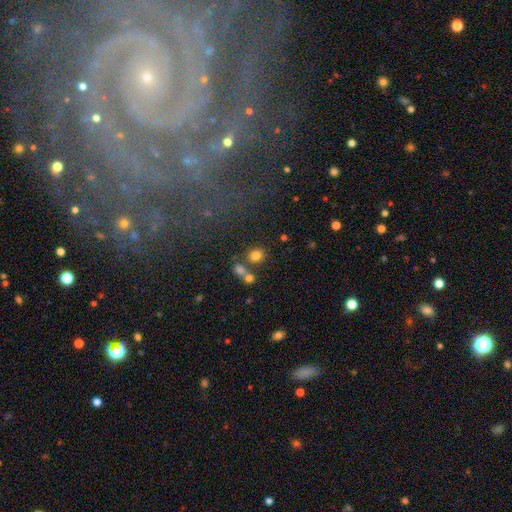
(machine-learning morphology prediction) smooth 77%, star or artifact 15%, featured or disk 8%. Down the decision tree: how rounded — round (71%); merging — none (64%).